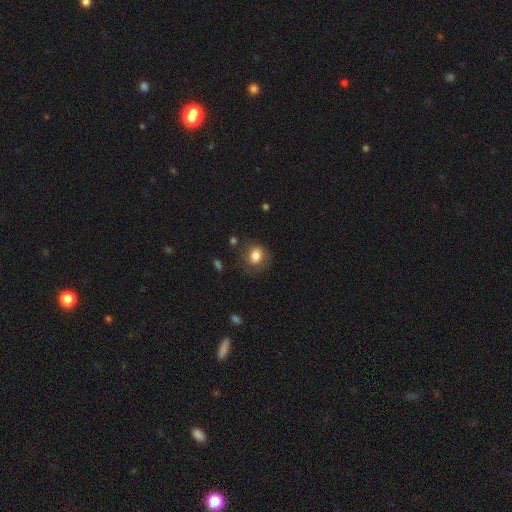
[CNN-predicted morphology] This appears to be a smooth galaxy with no disk features (76%) that is round (53%). Merging: none (67%).